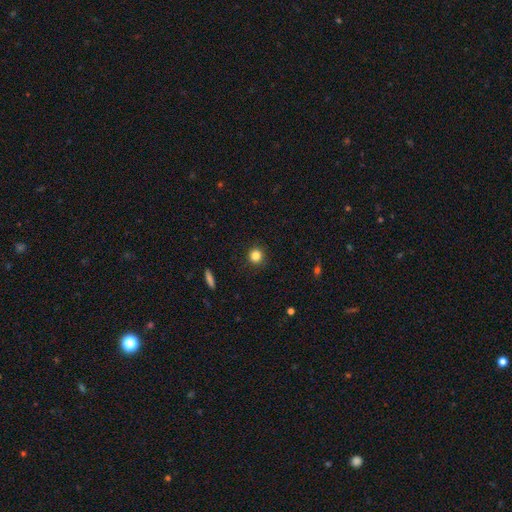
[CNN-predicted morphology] A smooth galaxy with no disk features (84%) that is round (94%).

Vote fractions:
- Smooth or featured? smooth: 84% / star or artifact: 11% / featured or disk: 5%
- How rounded? round: 94% / in between: 5% / cigar-shaped: 1%
- Merging? none: 91% / minor disturbance: 6% / major disturbance: 2% / merger: 1%